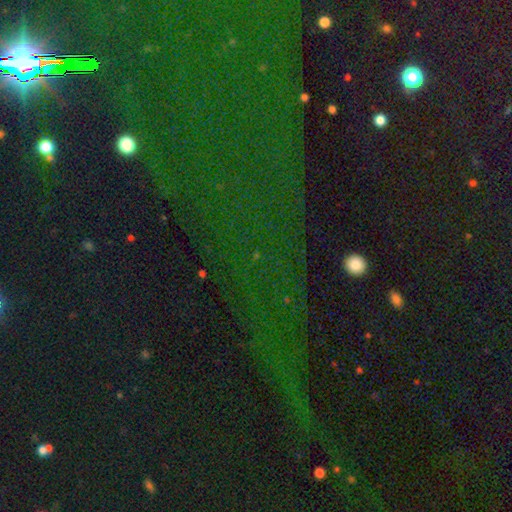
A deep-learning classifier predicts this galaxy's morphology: smooth-or-featured: star or artifact: 80% | smooth: 11% | featured or disk: 9%